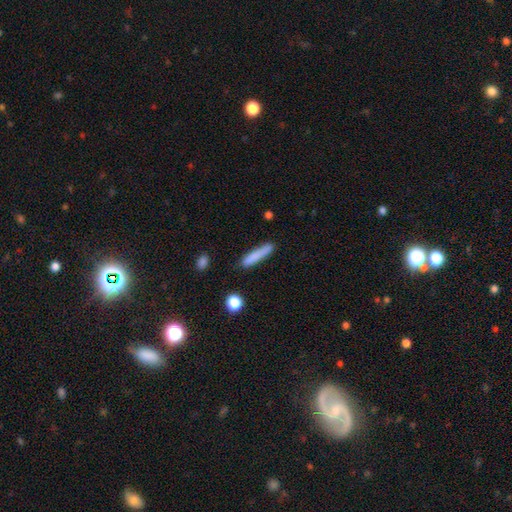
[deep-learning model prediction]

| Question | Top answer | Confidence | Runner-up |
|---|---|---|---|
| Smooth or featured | smooth | 79% | featured or disk (14%) |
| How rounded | cigar-shaped | 91% | in between (7%) |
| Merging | none | 80% | minor disturbance (15%) |